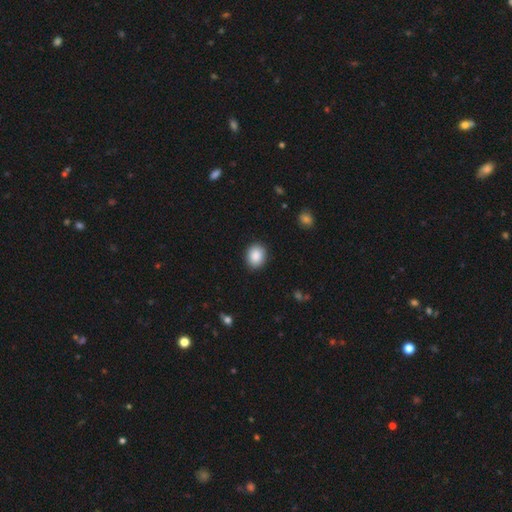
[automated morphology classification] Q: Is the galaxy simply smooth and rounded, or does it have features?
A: smooth — 89%.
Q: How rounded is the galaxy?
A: in between — 51%.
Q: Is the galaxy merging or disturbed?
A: none — 89%.